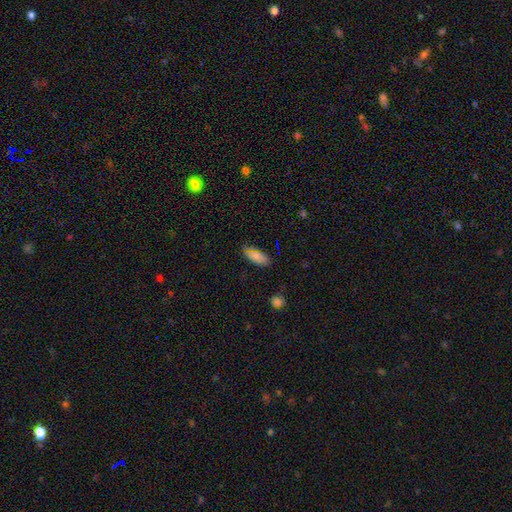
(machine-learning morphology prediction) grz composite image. It shows a smooth galaxy with no disk features (82%) that is in between round and cigar-shaped (85%). Merging: none (81%).